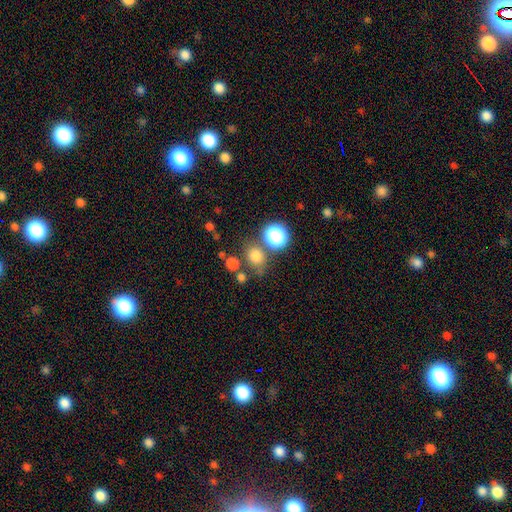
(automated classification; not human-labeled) The model was most divided on "how rounded": round: 72%, in between: 27%, cigar-shaped: 1%. More confident: smooth or featured — smooth (74%); merging — none (68%).